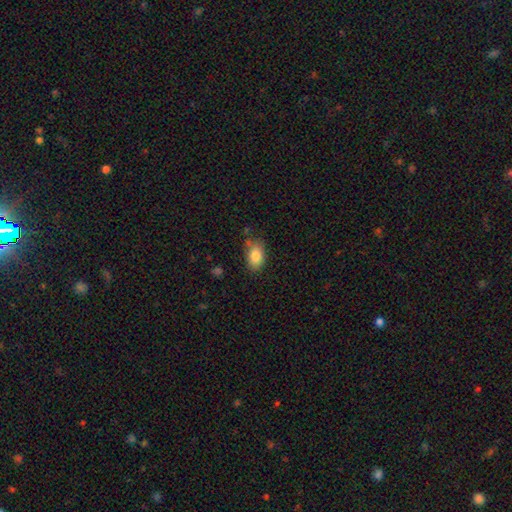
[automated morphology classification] Smooth or featured? smooth (84%)
How rounded? in between (88%)
Merging? none (73%)